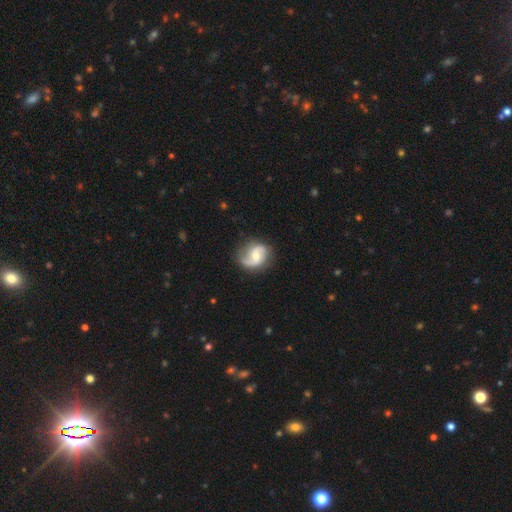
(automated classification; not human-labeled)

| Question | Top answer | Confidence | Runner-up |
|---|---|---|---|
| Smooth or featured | featured or disk | 79% | smooth (15%) |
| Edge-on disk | no | 98% | yes (2%) |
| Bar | no | 48% | weak (42%) |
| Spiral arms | yes | 95% | no (5%) |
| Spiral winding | loose | 43% | medium (42%) |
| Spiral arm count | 2 | 80% | 1 (13%) |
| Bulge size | moderate | 54% | small (40%) |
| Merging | none | 75% | minor disturbance (17%) |